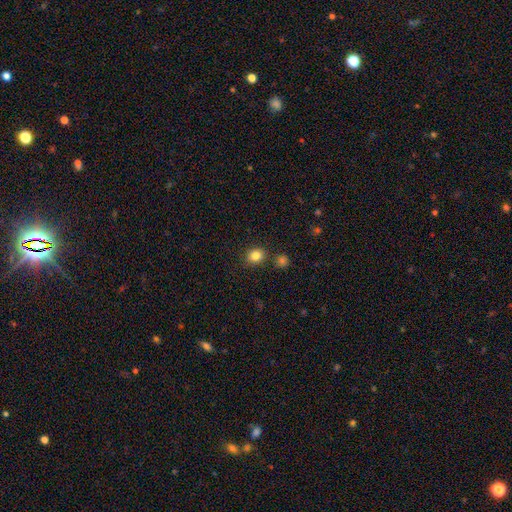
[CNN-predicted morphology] Q: Smooth or featured?
A: smooth (83%); runner-up: star or artifact (11%)
Q: How rounded?
A: round (64%); runner-up: in between (35%)
Q: Merging?
A: none (84%); runner-up: minor disturbance (9%)